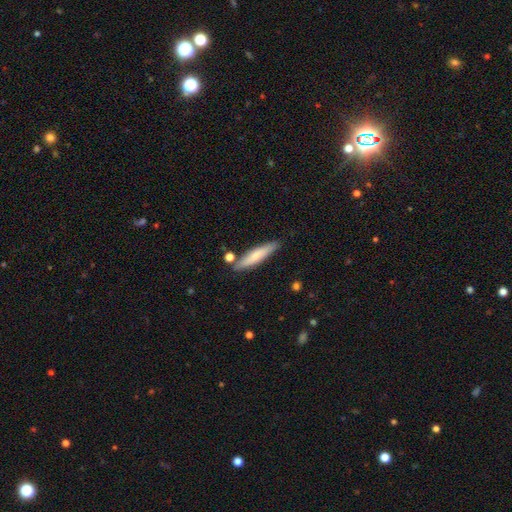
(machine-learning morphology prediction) This is likely a smooth galaxy (68%). How rounded: clearly cigar-shaped (85%). Merging: clearly none (81%).